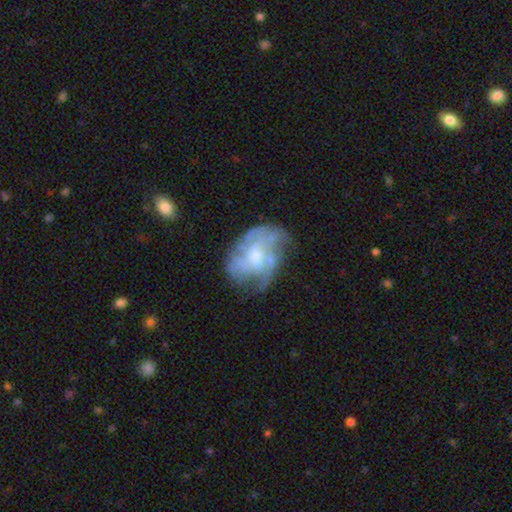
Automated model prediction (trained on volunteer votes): Q: Smooth or featured?
A: featured or disk (71%); runner-up: smooth (21%)
Q: Edge-on disk?
A: no (97%); runner-up: yes (3%)
Q: Bar?
A: no (75%); runner-up: weak (22%)
Q: Spiral arms?
A: yes (65%); runner-up: no (35%)
Q: Bulge size?
A: small (46%); runner-up: moderate (43%)
Q: Merging?
A: none (51%); runner-up: minor disturbance (25%)